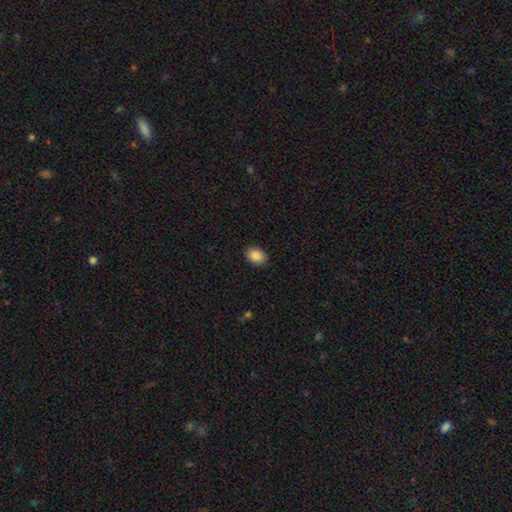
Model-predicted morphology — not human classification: smooth 87%, star or artifact 8%, featured or disk 4%. Down the decision tree: how rounded — in between (72%); merging — none (90%).